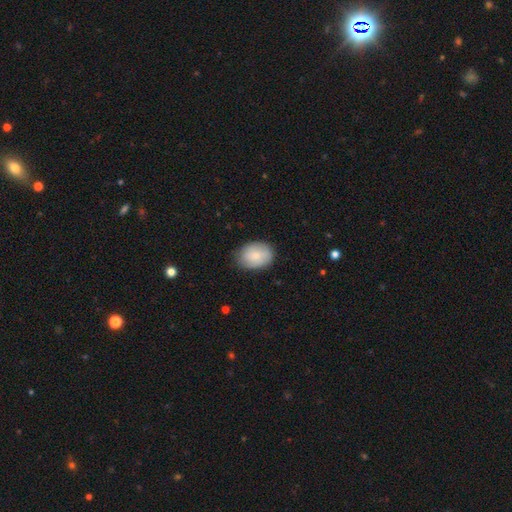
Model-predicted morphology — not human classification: This appears to be a smooth galaxy with no disk features (81%) that is in between round and cigar-shaped (72%). Merging: none (79%).